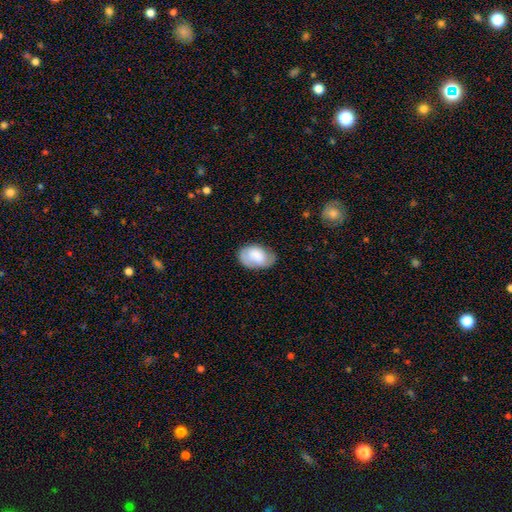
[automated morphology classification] smooth-or-featured: smooth: 74% | featured or disk: 19% | star or artifact: 7%
  how-rounded: in between: 89% | round: 10% | cigar-shaped: 1%
  merging: none: 67% | minor disturbance: 25% | major disturbance: 7% | merger: 1%